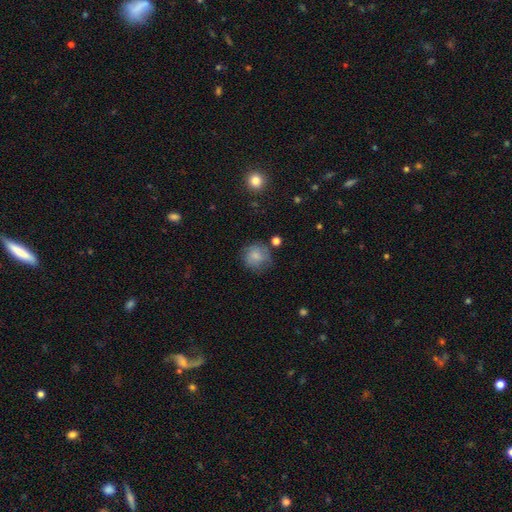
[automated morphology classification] Smooth or featured? smooth (75%)
How rounded? round (87%)
Merging? none (65%)